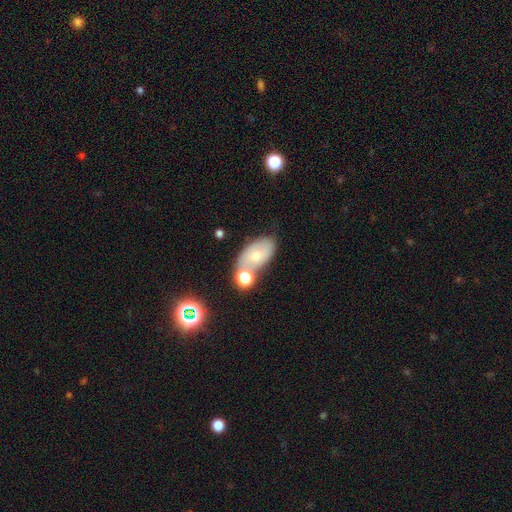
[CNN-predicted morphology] Overall: smooth (58%; featured or disk 31%). How rounded: in between (89%). Merging: none (53%; merger 22%).